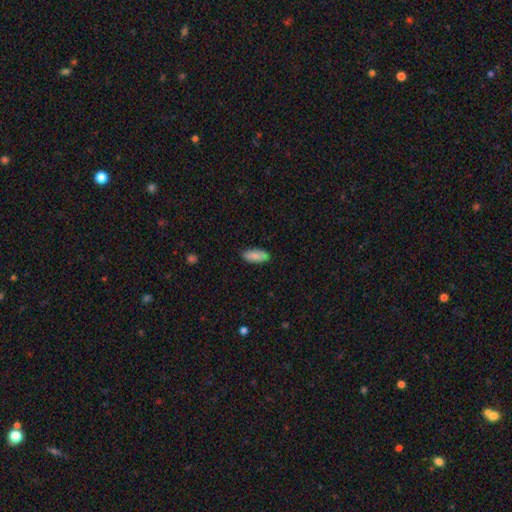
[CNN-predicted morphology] type=smooth (83%); roundness=in between (84%); merging=none (86%).